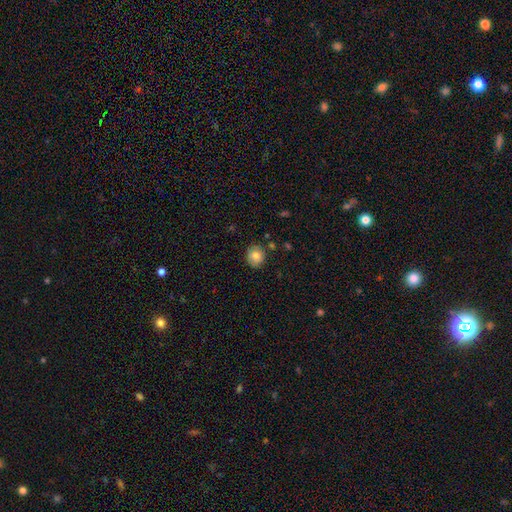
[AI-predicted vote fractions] Overall: smooth (82%). How rounded: round (82%). Merging: none (85%).